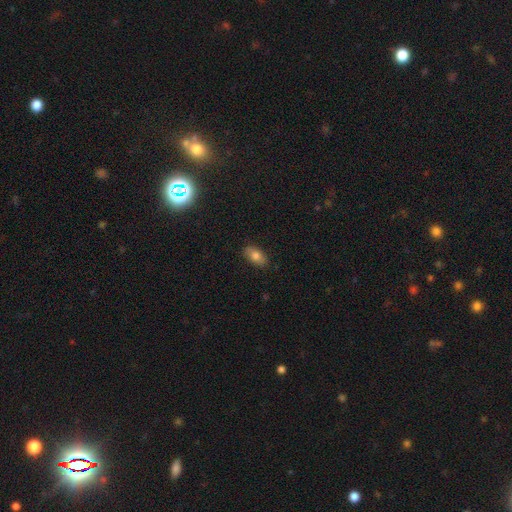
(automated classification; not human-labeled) This appears to be a smooth galaxy with no disk features (79%) that is in between round and cigar-shaped (90%). Merging: none (87%).